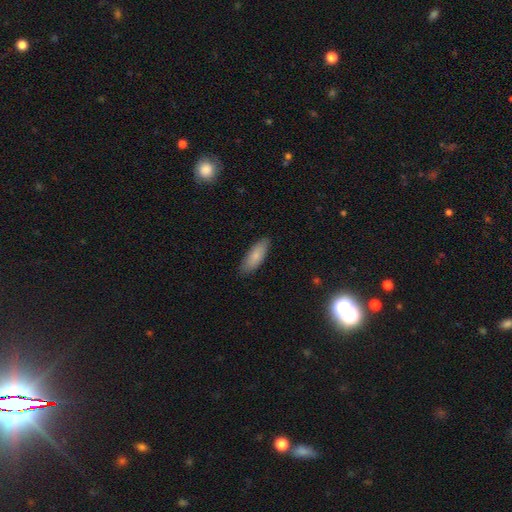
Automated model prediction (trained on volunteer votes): Smooth or featured? smooth (83%)
How rounded? in between (66%)
Merging? none (86%)